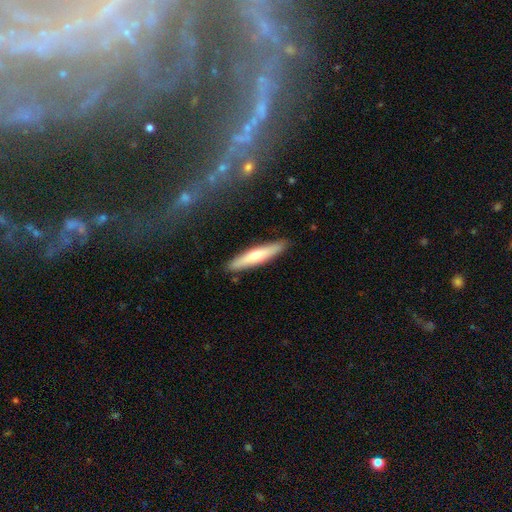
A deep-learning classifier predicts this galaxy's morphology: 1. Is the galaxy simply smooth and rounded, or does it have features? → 61% smooth, 34% featured or disk, 5% star or artifact.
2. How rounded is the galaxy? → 87% cigar-shaped, 12% in between, 1% round.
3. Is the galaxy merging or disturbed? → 88% none, 9% minor disturbance, 2% major disturbance, 1% merger.